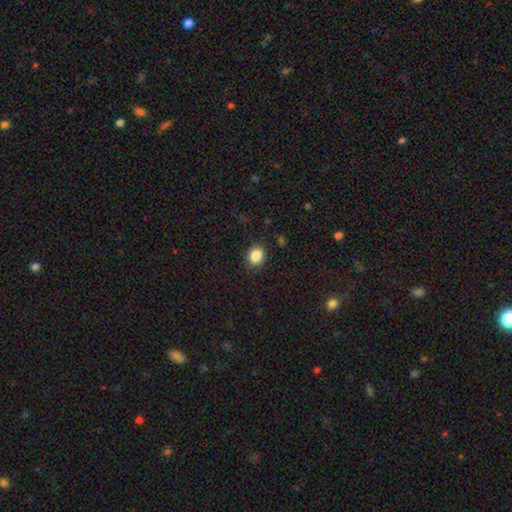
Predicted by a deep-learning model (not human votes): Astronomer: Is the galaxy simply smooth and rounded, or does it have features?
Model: smooth — 86%.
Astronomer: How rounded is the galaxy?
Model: round — 58% (runner-up: in between, 41%).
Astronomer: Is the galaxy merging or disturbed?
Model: none — 87%.